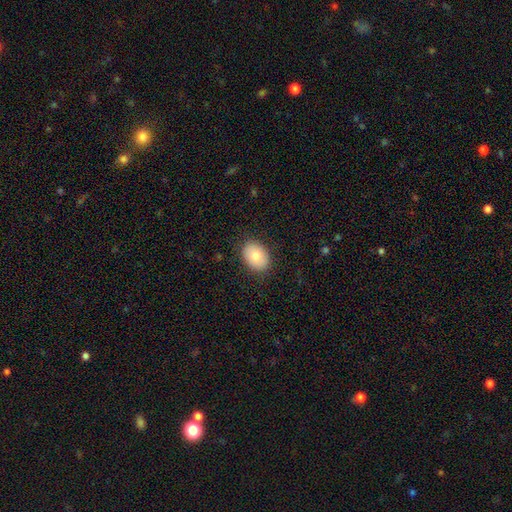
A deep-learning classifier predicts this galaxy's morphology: A smooth galaxy with no disk features (80%) that is in between round and cigar-shaped (75%). Merging: none (87%).